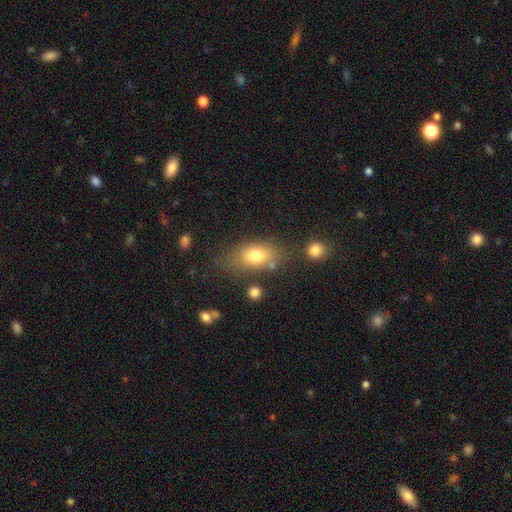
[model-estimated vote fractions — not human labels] smooth_or_featured: smooth (p=0.76) [alt: featured or disk p=0.14]
how_rounded: in between (p=0.81) [alt: round p=0.14]
merging: none (p=0.67) [alt: minor disturbance p=0.17]